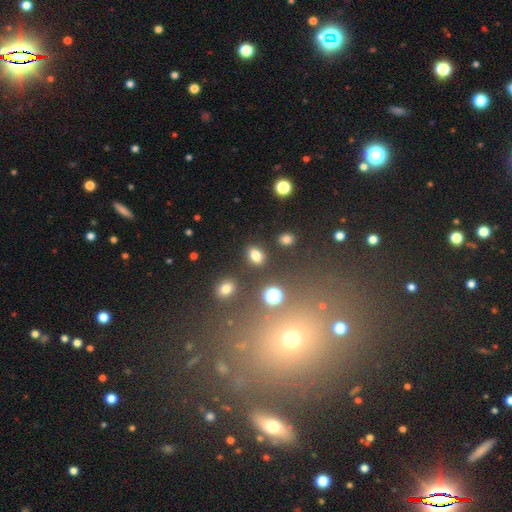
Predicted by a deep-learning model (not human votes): smooth 77%, star or artifact 15%, featured or disk 8%. Down the decision tree: how rounded — in between (77%); merging — none (82%).